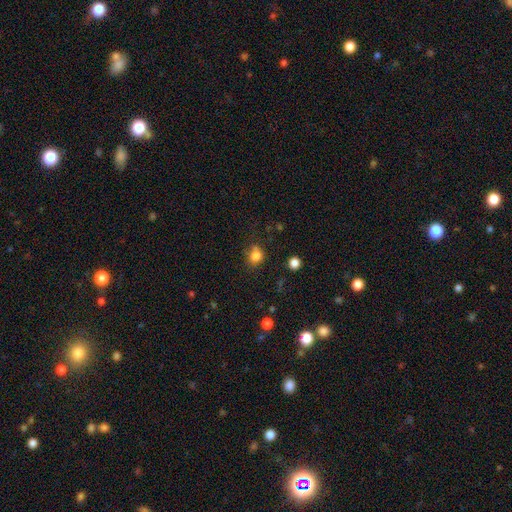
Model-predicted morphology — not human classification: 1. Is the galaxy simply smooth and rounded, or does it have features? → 81% smooth, 13% star or artifact, 6% featured or disk.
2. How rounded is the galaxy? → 70% round, 29% in between, 1% cigar-shaped.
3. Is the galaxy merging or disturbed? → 61% none, 21% minor disturbance, 11% merger, 7% major disturbance.